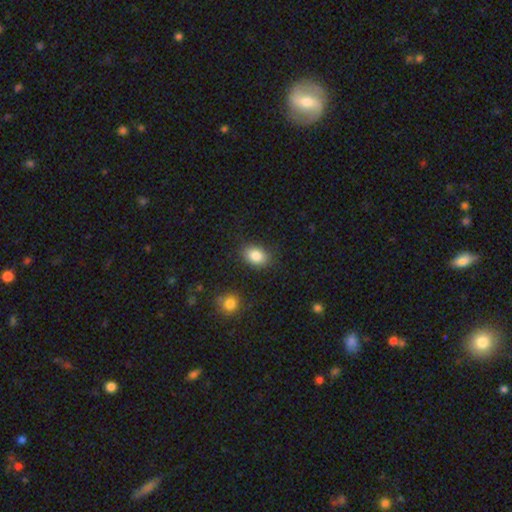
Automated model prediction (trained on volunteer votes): smooth-or-featured: smooth: 84% | star or artifact: 9% | featured or disk: 7%
  how-rounded: in between: 76% | round: 23% | cigar-shaped: 1%
  merging: none: 83% | minor disturbance: 12% | major disturbance: 3% | merger: 2%